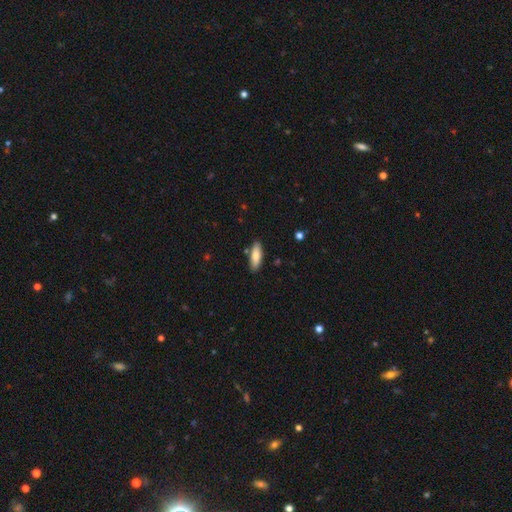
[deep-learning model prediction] Smooth or featured?
  - smooth: 79% *
  - featured or disk: 15%
  - star or artifact: 6%
How rounded?
  - in between: 61% *
  - cigar-shaped: 37%
  - round: 2%
Merging?
  - none: 84% *
  - minor disturbance: 11%
  - merger: 3%
  - major disturbance: 2%